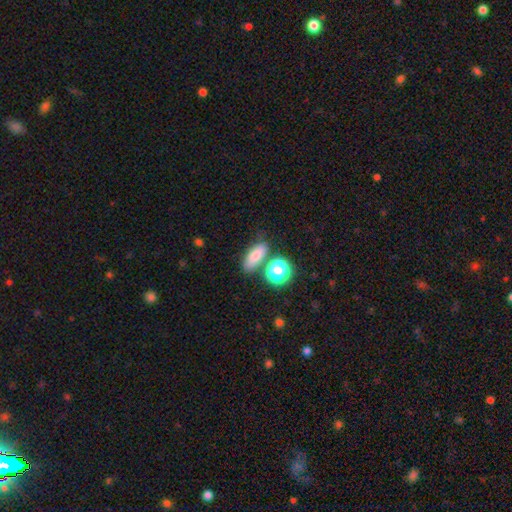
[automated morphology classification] Smooth or featured? smooth (78%)
How rounded? in between (70%)
Merging? none (69%)